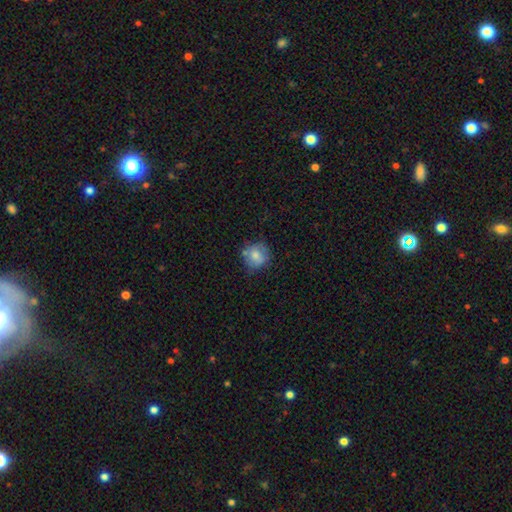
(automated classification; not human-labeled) A smooth galaxy with no disk features (71%) that is round (83%). Merging: none (59%).